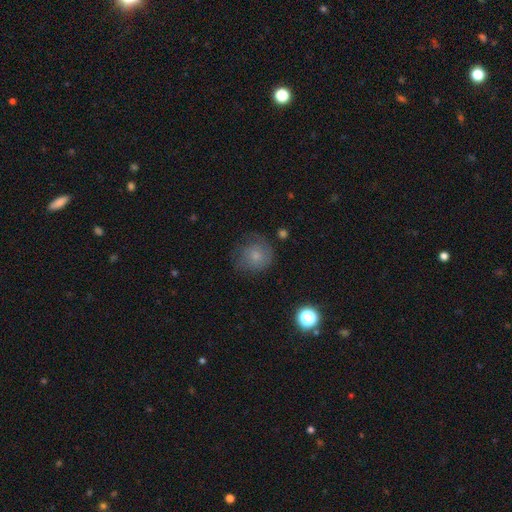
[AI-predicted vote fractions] smooth_or_featured: smooth (p=0.67) [alt: featured or disk p=0.22]
how_rounded: round (p=0.87) [alt: in between p=0.13]
merging: none (p=0.61) [alt: minor disturbance p=0.24]